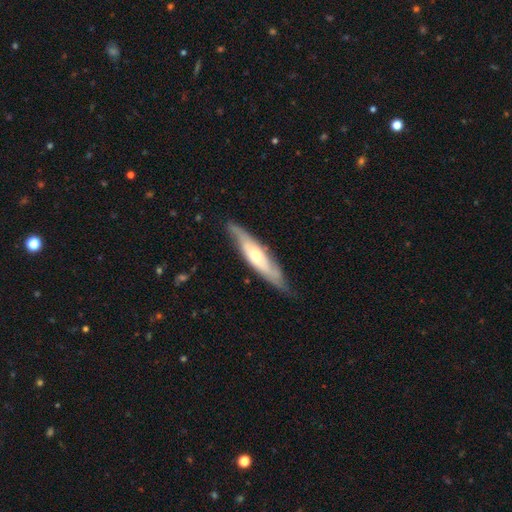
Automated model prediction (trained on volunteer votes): Smooth or featured?
  - featured or disk: 62% *
  - smooth: 33%
  - star or artifact: 5%
Edge-on disk?
  - yes: 54% *
  - no: 46%
Merging?
  - none: 76% *
  - minor disturbance: 19%
  - major disturbance: 4%
  - merger: 1%